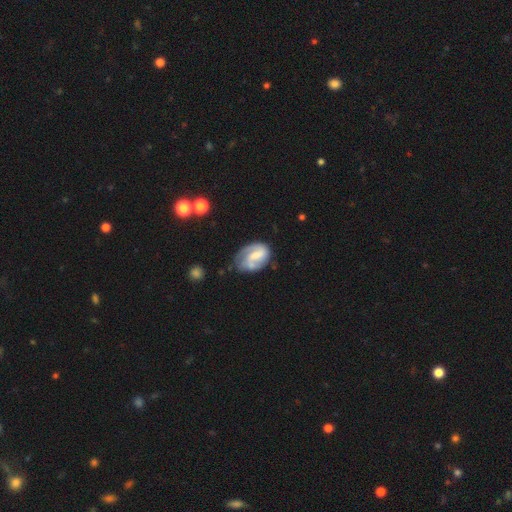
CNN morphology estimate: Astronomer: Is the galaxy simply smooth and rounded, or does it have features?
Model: featured or disk — 65%.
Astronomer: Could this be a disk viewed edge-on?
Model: no — 97%.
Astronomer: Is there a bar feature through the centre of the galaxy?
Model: weak — 46% (runner-up: no, 34%).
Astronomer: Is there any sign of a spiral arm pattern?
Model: yes — 81%.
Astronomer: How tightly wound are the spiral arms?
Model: medium — 42% (runner-up: tight, 31%).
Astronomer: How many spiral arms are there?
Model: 2 — 57%.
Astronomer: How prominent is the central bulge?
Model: small — 33% (runner-up: moderate, 32%).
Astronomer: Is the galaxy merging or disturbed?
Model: none — 46% (runner-up: minor disturbance, 29%).